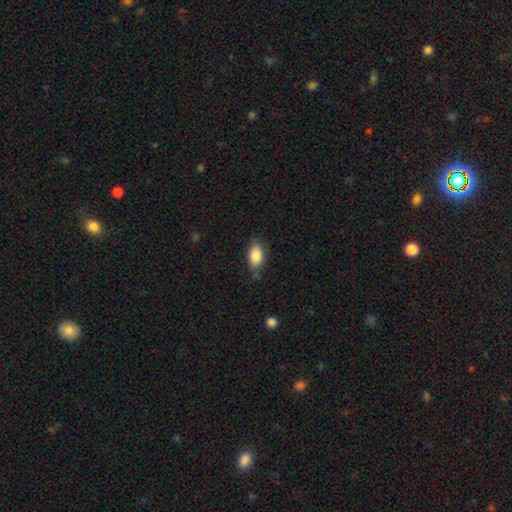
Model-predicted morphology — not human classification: Smooth or featured: smooth — 86% (star or artifact — 7%)
How rounded: in between — 90% (round — 6%)
Merging: none — 75% (minor disturbance — 19%)